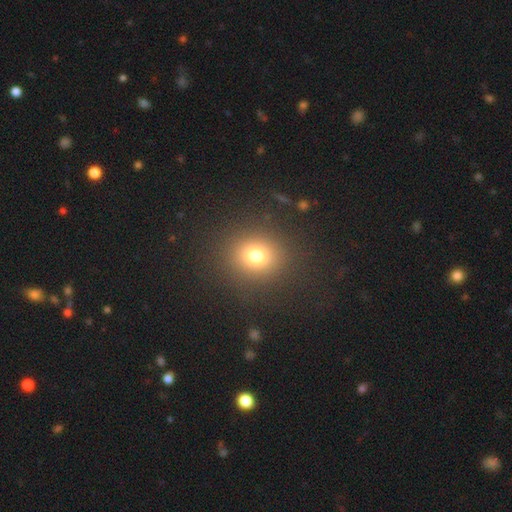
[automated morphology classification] Smooth or featured? smooth (74%)
How rounded? round (81%)
Merging? none (88%)